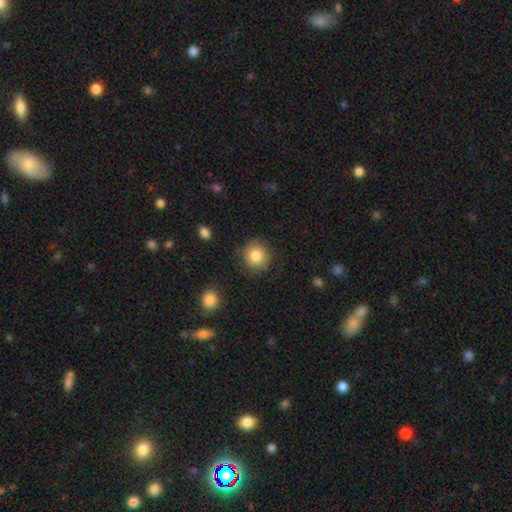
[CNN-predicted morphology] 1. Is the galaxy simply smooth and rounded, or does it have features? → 83% smooth, 9% star or artifact, 8% featured or disk.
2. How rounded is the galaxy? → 91% round, 8% in between, 1% cigar-shaped.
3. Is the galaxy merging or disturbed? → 87% none, 9% minor disturbance, 3% major disturbance, 2% merger.